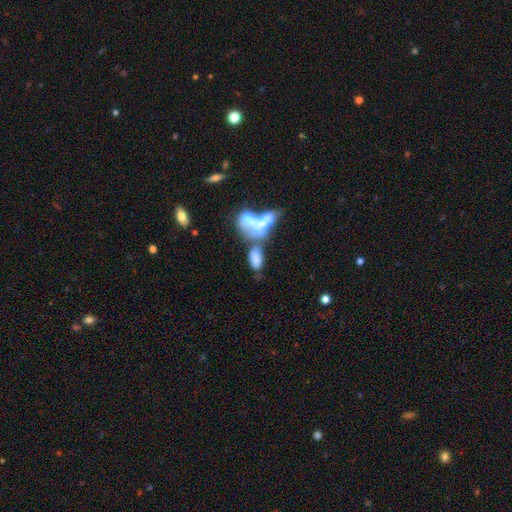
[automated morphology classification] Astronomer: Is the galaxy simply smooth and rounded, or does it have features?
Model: smooth — 63%.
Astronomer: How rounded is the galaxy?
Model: in between — 88%.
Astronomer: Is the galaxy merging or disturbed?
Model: merger — 65%.